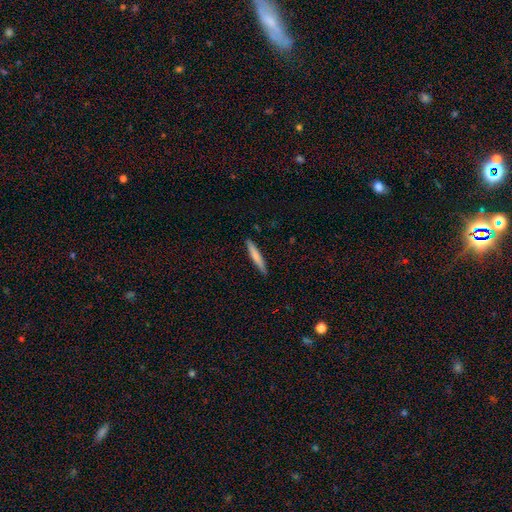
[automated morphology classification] Smooth or featured? smooth (71%)
How rounded? cigar-shaped (95%)
Merging? none (90%)